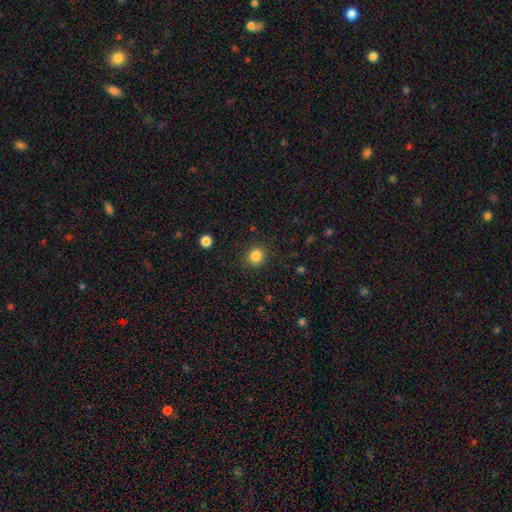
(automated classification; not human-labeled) Smooth or featured?
  - smooth: 84% *
  - star or artifact: 11%
  - featured or disk: 5%
How rounded?
  - round: 87% *
  - in between: 12%
  - cigar-shaped: 1%
Merging?
  - none: 89% *
  - minor disturbance: 7%
  - major disturbance: 3%
  - merger: 1%